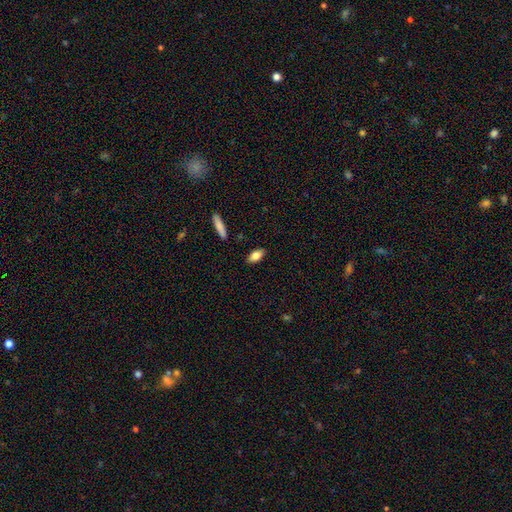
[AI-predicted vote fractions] Overall: smooth (80%). How rounded: in between (86%). Merging: none (87%).